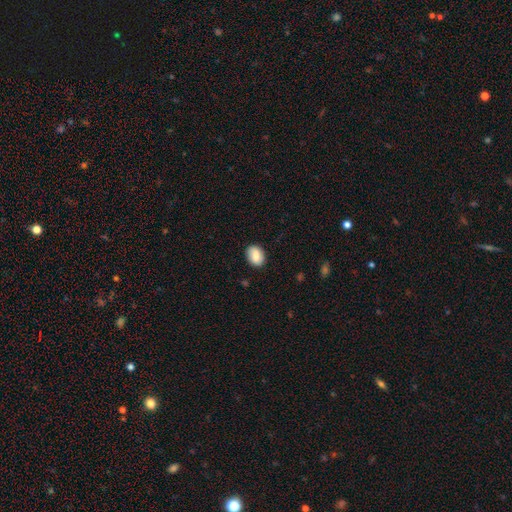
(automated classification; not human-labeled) Smooth or featured: smooth — 77% (featured or disk — 15%)
How rounded: in between — 65% (round — 34%)
Merging: none — 86% (minor disturbance — 11%)